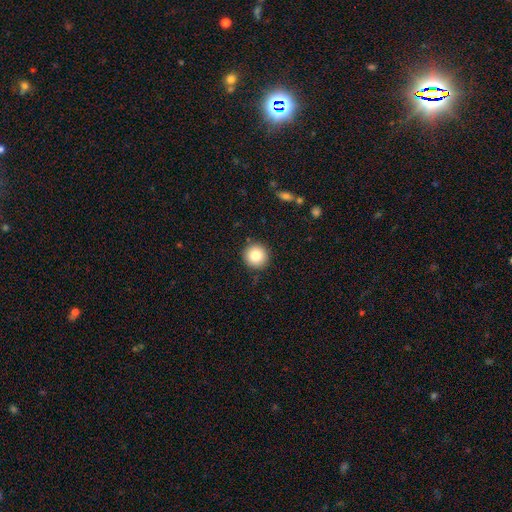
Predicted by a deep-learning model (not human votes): This appears to be a smooth galaxy with no disk features (83%) that is round (94%). Merging: none (91%).